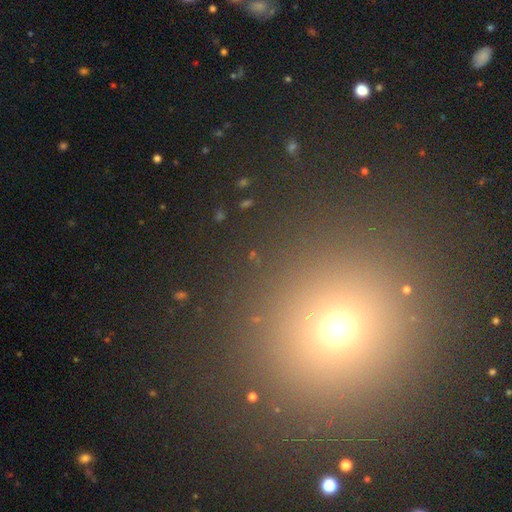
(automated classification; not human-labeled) Morphology: type=smooth (57%); roundness=round (92%); merging=none (89%).